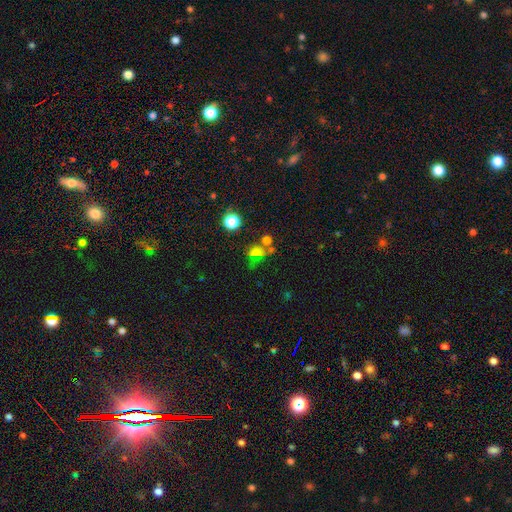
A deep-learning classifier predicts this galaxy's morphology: Smooth or featured? Predicted: smooth (p=0.50). Merging? Predicted: none (p=0.43).